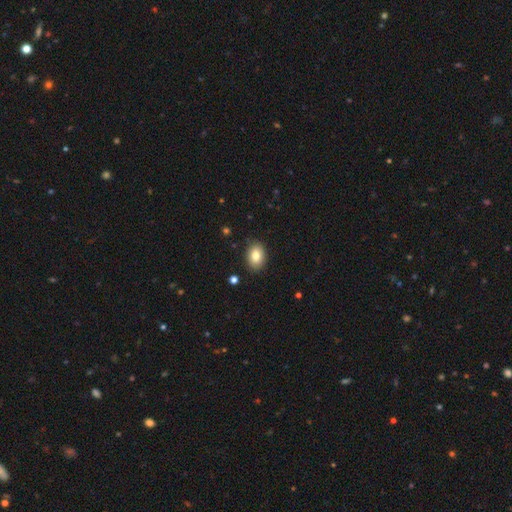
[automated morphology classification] The model was most divided on "how rounded": in between: 79%, round: 20%, cigar-shaped: 1%. More confident: merging — none (87%); smooth or featured — smooth (82%).